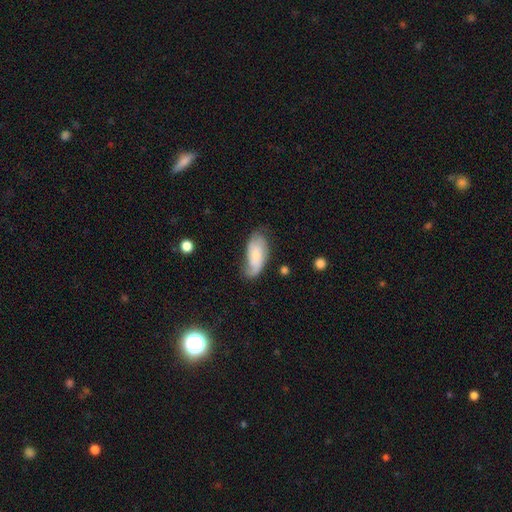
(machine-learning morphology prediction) The model was most divided on "smooth or featured": featured or disk: 47%, smooth: 46%, star or artifact: 7%. More confident: merging — none (53%).